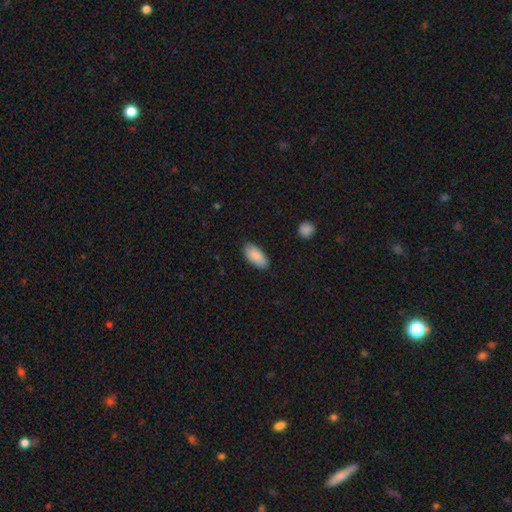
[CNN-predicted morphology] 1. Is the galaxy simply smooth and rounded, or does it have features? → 89% smooth, 6% star or artifact, 5% featured or disk.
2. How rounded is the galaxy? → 90% in between, 9% cigar-shaped, 2% round.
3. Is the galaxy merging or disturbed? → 86% none, 11% minor disturbance, 2% major disturbance, 1% merger.